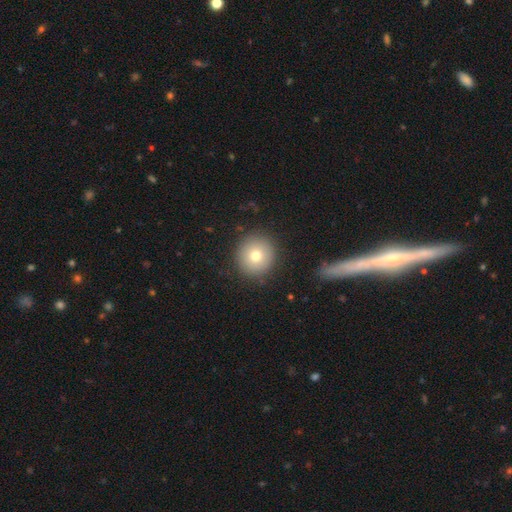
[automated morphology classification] This is likely a smooth galaxy (75%). How rounded: clearly round (94%). Merging: clearly none (89%).